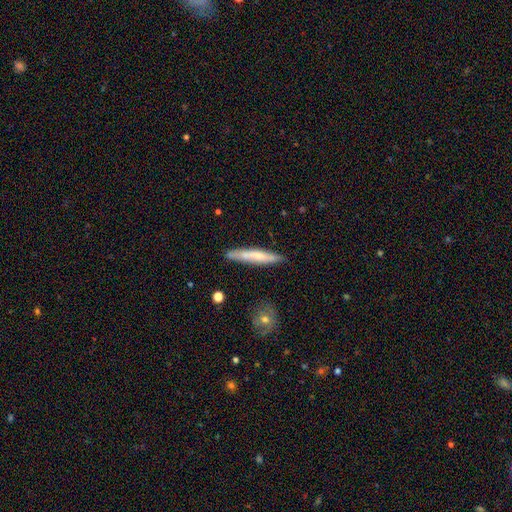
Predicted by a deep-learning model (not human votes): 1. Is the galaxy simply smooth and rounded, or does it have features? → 61% smooth, 33% featured or disk, 6% star or artifact.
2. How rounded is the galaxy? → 93% cigar-shaped, 6% in between, 1% round.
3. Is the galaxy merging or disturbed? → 81% none, 14% minor disturbance, 2% merger, 2% major disturbance.